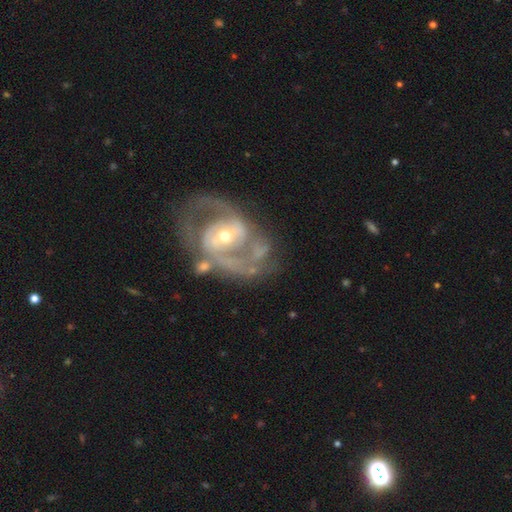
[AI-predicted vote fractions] Smooth or featured: featured or disk — 89% (star or artifact — 6%)
Edge-on disk: no — 97% (yes — 3%)
Bar: weak — 39% (no — 31%)
Spiral arms: yes — 93% (no — 7%)
Spiral winding: medium — 54% (tight — 27%)
Spiral arm count: 2 — 80% (can't tell — 8%)
Bulge size: moderate — 51% (small — 43%)
Merging: none — 59% (minor disturbance — 18%)